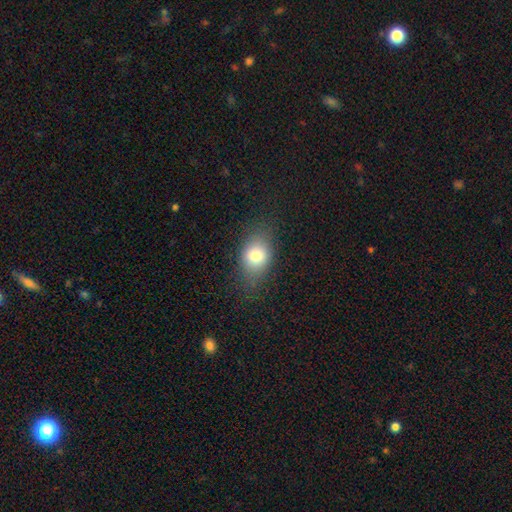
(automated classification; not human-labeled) This appears to be a smooth galaxy with no disk features (79%) that is in between round and cigar-shaped (68%). Merging: none (73%).